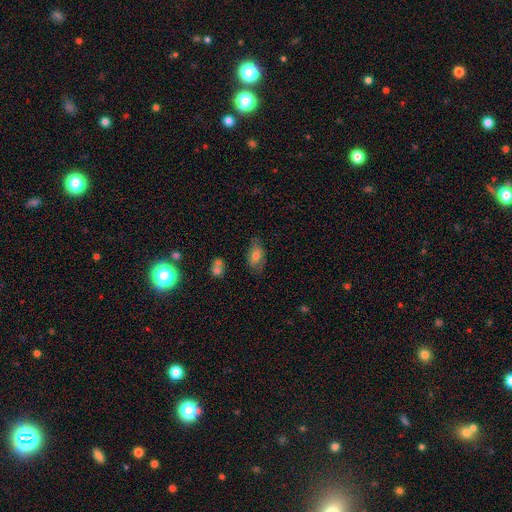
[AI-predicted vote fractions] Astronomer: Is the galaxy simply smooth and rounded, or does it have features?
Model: smooth — 71%.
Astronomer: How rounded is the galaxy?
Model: in between — 88%.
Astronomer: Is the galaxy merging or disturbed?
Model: none — 66%.